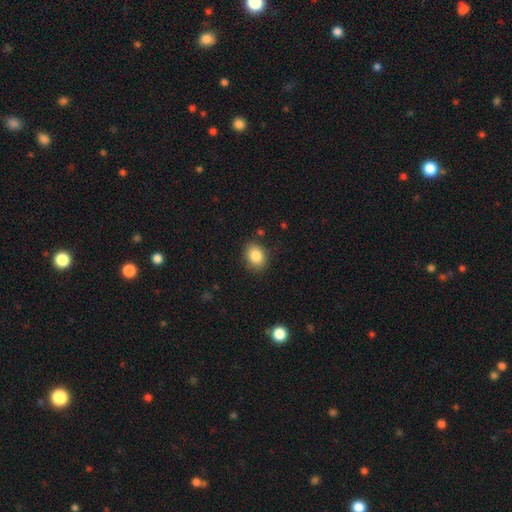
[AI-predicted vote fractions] Smooth or featured: smooth — 85% (star or artifact — 9%)
How rounded: in between — 61% (round — 38%)
Merging: none — 84% (minor disturbance — 11%)